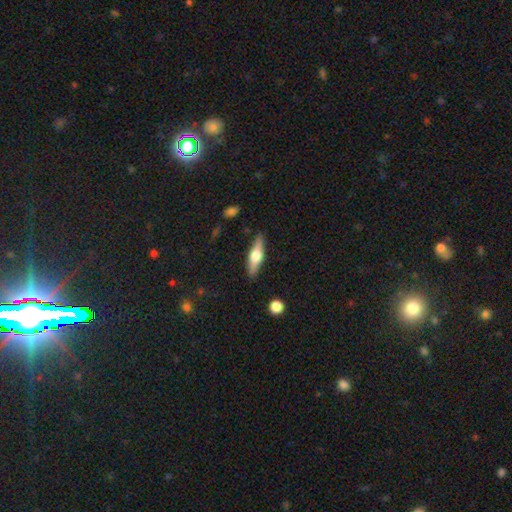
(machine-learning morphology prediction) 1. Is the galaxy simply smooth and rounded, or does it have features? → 55% featured or disk, 39% smooth, 6% star or artifact.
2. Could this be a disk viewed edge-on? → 95% yes, 5% no.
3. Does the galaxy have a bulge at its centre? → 92% rounded, 6% boxy, 2% none.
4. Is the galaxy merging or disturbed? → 87% none, 9% minor disturbance, 2% major disturbance, 2% merger.